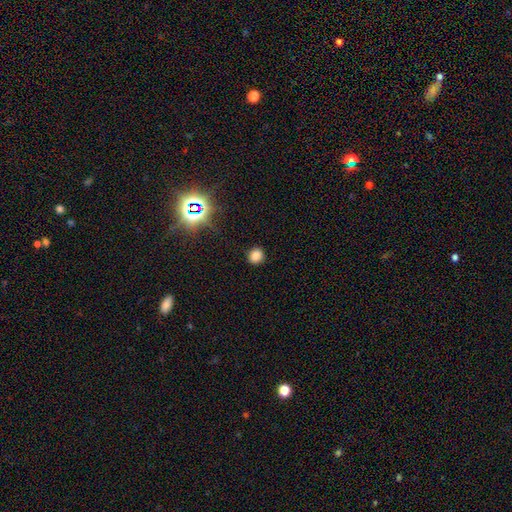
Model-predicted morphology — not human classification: A smooth galaxy with no disk features (80%) that is round (86%).

Vote fractions:
- Smooth or featured? smooth: 80% / star or artifact: 15% / featured or disk: 5%
- How rounded? round: 86% / in between: 12% / cigar-shaped: 1%
- Merging? none: 90% / minor disturbance: 6% / major disturbance: 2% / merger: 1%